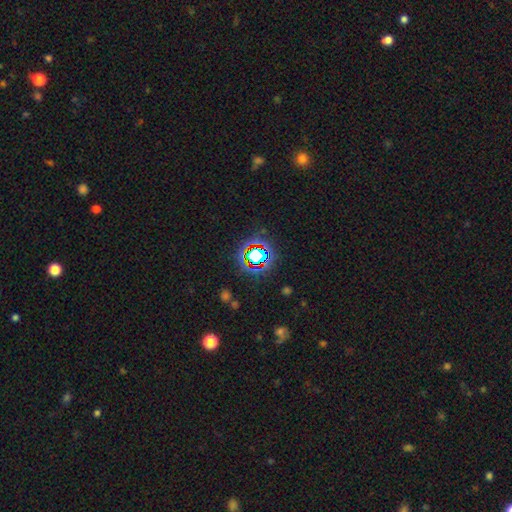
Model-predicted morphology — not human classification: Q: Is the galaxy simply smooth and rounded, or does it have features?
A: star or artifact — 69%.